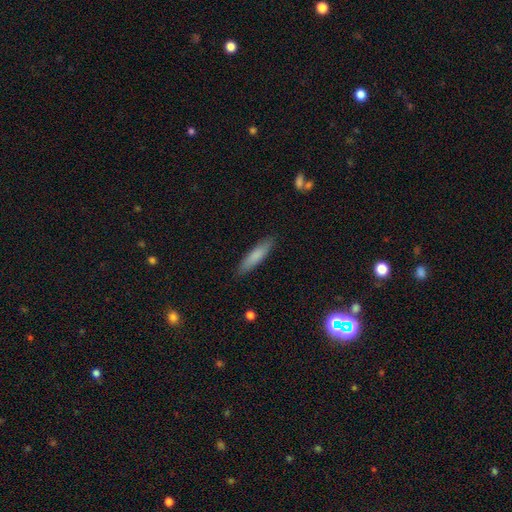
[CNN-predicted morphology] Smooth or featured? Predicted: smooth (p=0.79). How rounded? Predicted: cigar-shaped (p=0.81). Merging? Predicted: none (p=0.88).